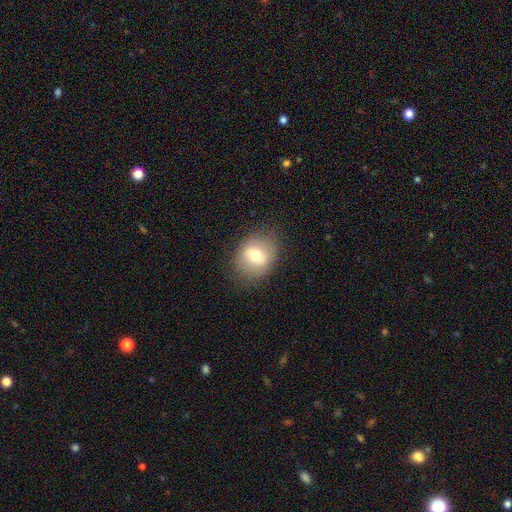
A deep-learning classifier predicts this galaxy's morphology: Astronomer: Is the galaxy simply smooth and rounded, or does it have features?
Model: smooth — 63%.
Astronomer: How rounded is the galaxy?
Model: round — 63%.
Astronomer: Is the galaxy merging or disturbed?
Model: none — 83%.